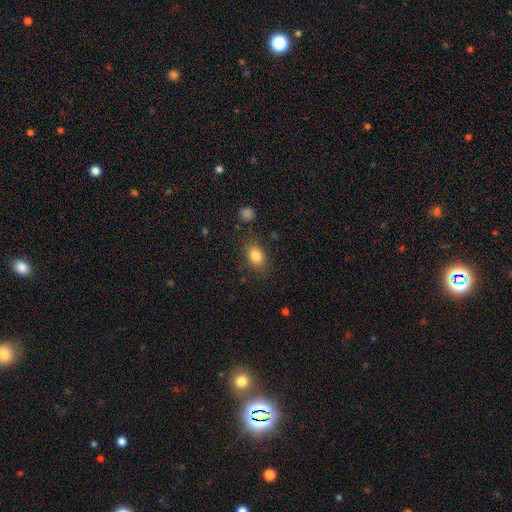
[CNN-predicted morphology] The model was most divided on "how rounded": in between: 75%, round: 24%, cigar-shaped: 1%. More confident: smooth or featured — smooth (84%); merging — none (80%).